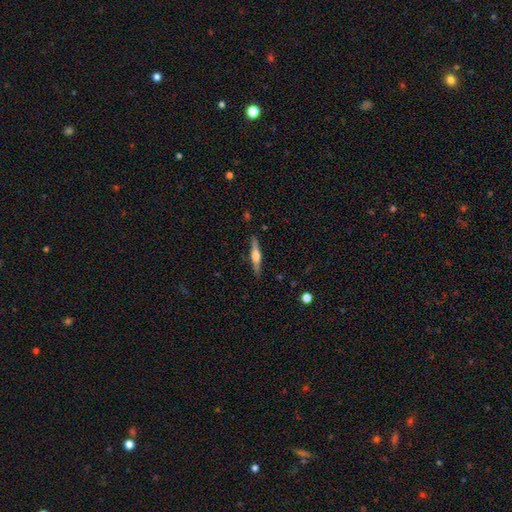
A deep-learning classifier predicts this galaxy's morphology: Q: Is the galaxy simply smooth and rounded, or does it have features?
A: featured or disk — 68%.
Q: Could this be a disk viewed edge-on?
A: yes — 98%.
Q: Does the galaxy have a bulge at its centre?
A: rounded — 89%.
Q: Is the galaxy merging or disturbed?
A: none — 90%.